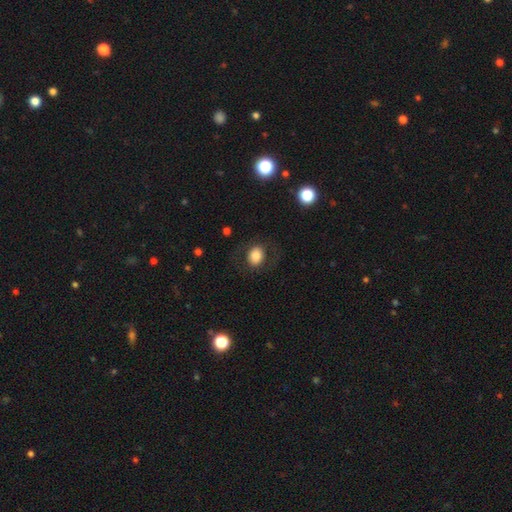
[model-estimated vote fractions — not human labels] This appears to be a smooth galaxy with no disk features (77%) that is in between round and cigar-shaped (50%). Merging: none (78%).